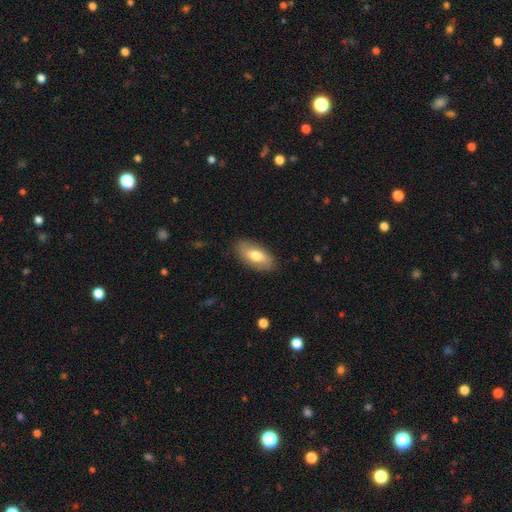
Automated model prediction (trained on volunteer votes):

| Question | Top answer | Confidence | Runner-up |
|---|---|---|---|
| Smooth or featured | smooth | 67% | featured or disk (27%) |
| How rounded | in between | 90% | cigar-shaped (7%) |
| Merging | none | 85% | minor disturbance (11%) |